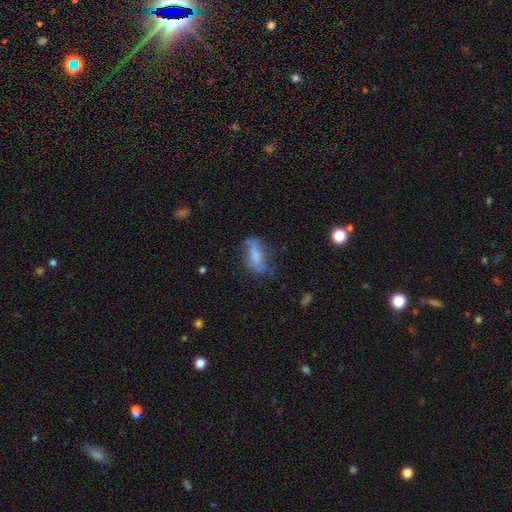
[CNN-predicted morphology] Smooth or featured? smooth (60%)
How rounded? in between (78%)
Merging? none (42%)